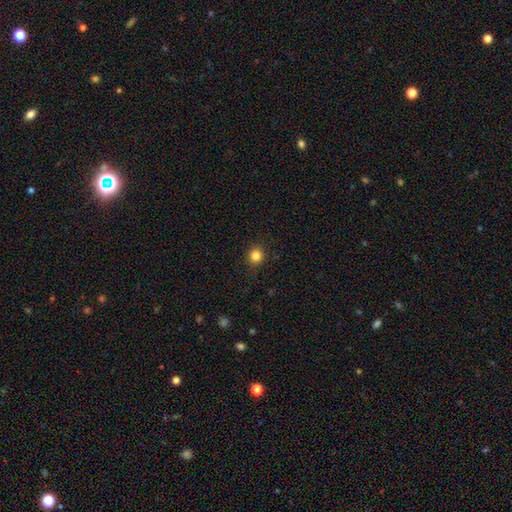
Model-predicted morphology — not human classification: Overall: smooth (84%). How rounded: round (88%). Merging: none (91%).